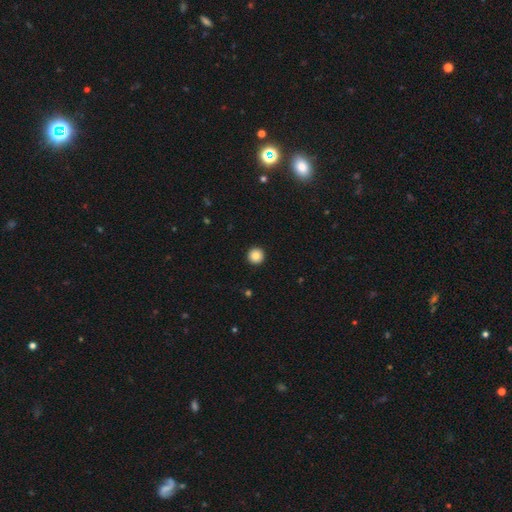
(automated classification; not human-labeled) Smooth or featured: smooth — 86% (star or artifact — 9%)
How rounded: round — 97% (in between — 3%)
Merging: none — 94% (minor disturbance — 4%)